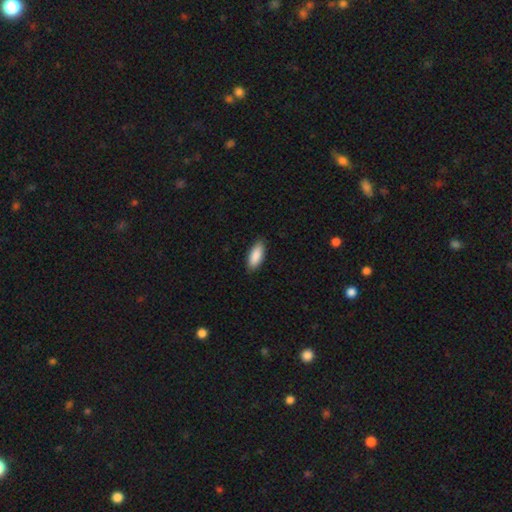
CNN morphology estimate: Smooth or featured? smooth (89%)
How rounded? in between (81%)
Merging? none (86%)